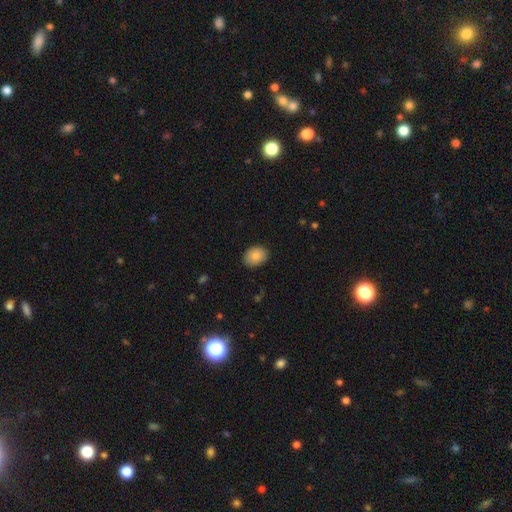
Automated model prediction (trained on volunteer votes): smooth 84%, featured or disk 8%, star or artifact 8%. Down the decision tree: how rounded — in between (61%); merging — none (85%).